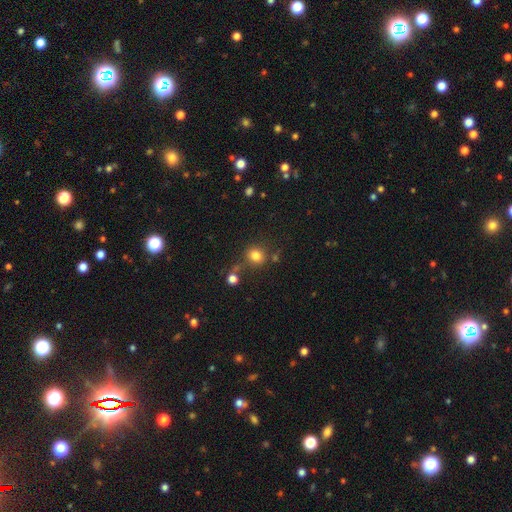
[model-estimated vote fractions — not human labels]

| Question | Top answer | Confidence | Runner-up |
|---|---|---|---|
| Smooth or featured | smooth | 80% | star or artifact (13%) |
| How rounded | round | 70% | in between (29%) |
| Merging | none | 68% | minor disturbance (13%) |